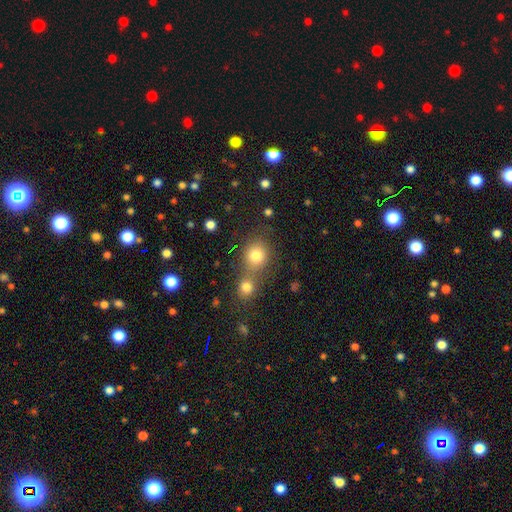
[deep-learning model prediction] A smooth galaxy with no disk features (79%) that is round (79%).

Vote fractions:
- Smooth or featured? smooth: 79% / star or artifact: 13% / featured or disk: 8%
- How rounded? round: 79% / in between: 20% / cigar-shaped: 1%
- Merging? none: 46% / merger: 42% / minor disturbance: 8% / major disturbance: 4%